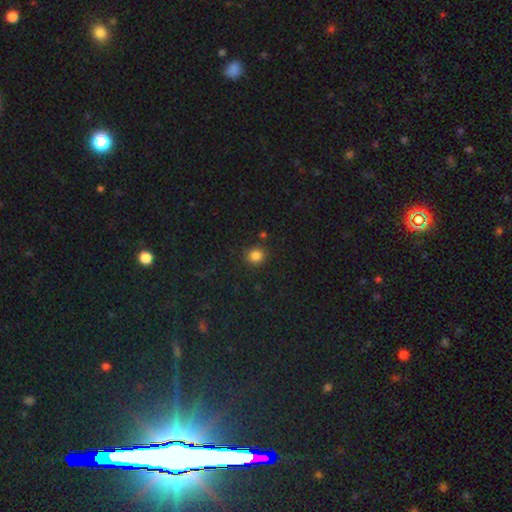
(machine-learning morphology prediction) A smooth galaxy with no disk features (84%) that is round (86%). Merging: none (87%).